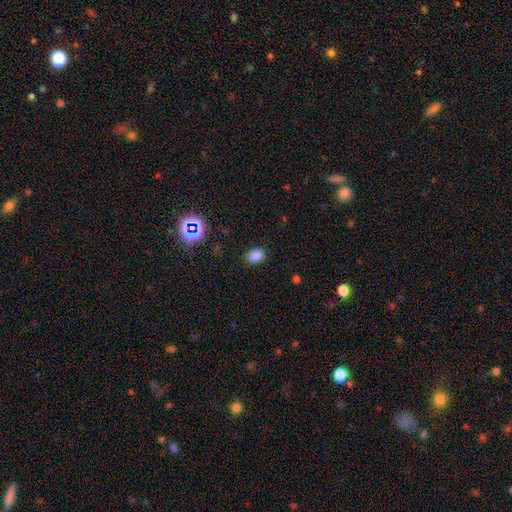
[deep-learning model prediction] A smooth galaxy with no disk features (80%) that is in between round and cigar-shaped (71%).

Vote fractions:
- Smooth or featured? smooth: 80% / star or artifact: 15% / featured or disk: 5%
- How rounded? in between: 71% / round: 28% / cigar-shaped: 1%
- Merging? none: 81% / minor disturbance: 14% / major disturbance: 4% / merger: 1%